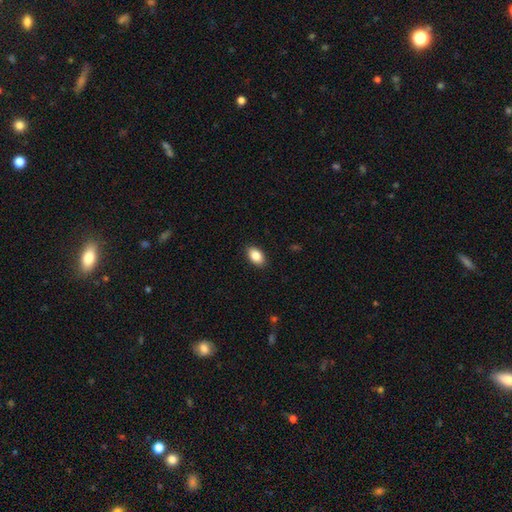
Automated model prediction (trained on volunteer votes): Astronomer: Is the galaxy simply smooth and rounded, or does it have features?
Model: smooth — 86%.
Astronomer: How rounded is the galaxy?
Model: in between — 90%.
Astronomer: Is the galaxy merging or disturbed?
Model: none — 89%.